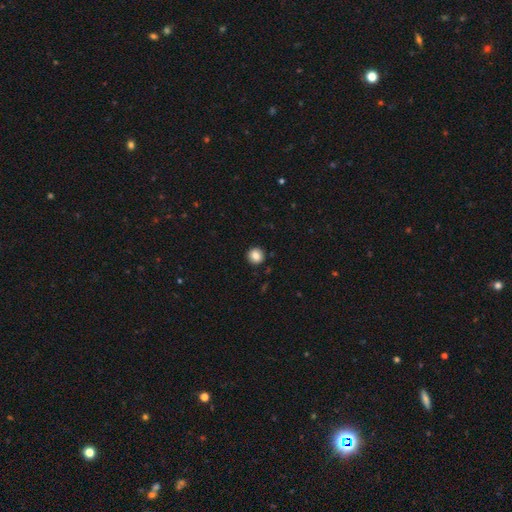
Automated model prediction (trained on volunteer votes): smooth 85%, star or artifact 9%, featured or disk 6%. Down the decision tree: how rounded — round (92%); merging — none (92%).